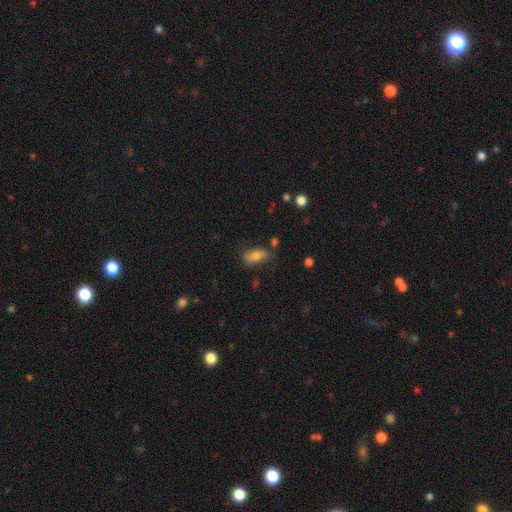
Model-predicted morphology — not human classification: Smooth or featured: smooth — 74% (featured or disk — 17%)
How rounded: in between — 86% (cigar-shaped — 9%)
Merging: none — 67% (minor disturbance — 23%)